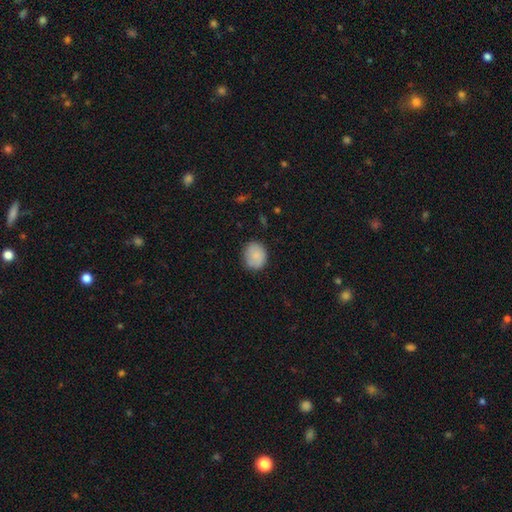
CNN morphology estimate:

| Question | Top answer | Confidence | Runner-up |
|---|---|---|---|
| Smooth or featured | smooth | 85% | featured or disk (8%) |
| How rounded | round | 65% | in between (34%) |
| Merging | none | 80% | minor disturbance (15%) |